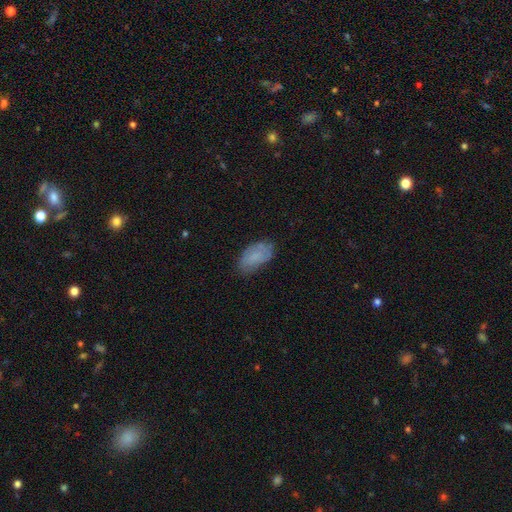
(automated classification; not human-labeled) Smooth or featured?
  - smooth: 68% *
  - featured or disk: 24%
  - star or artifact: 8%
How rounded?
  - in between: 93% *
  - round: 4%
  - cigar-shaped: 3%
Merging?
  - none: 68% *
  - minor disturbance: 24%
  - major disturbance: 7%
  - merger: 2%